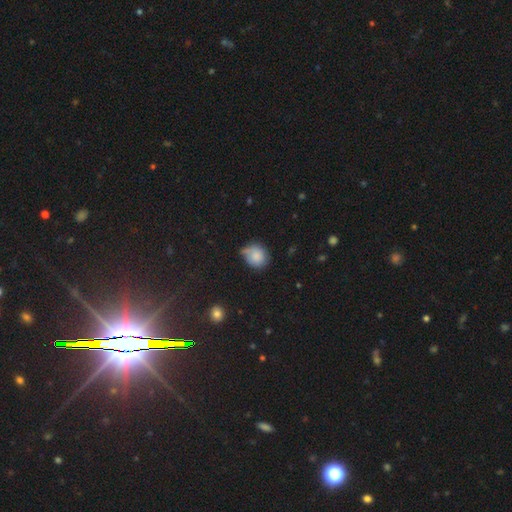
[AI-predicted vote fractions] smooth-or-featured: smooth: 82% | star or artifact: 9% | featured or disk: 9%
  how-rounded: round: 76% | in between: 23% | cigar-shaped: 1%
  merging: none: 55% | minor disturbance: 32% | major disturbance: 7% | merger: 6%